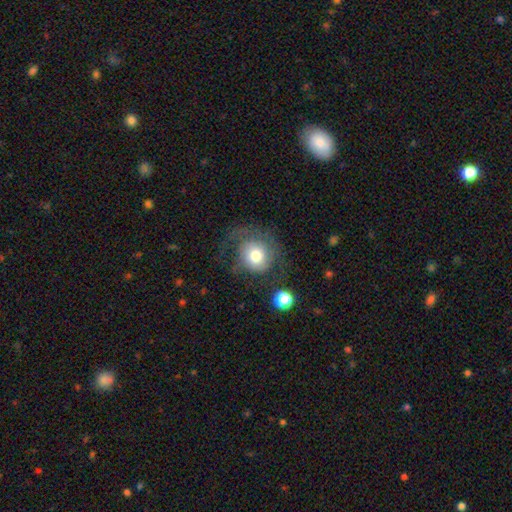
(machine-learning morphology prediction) This appears to be a smooth galaxy with no disk features (61%) that is round (85%). Merging: none (48%).